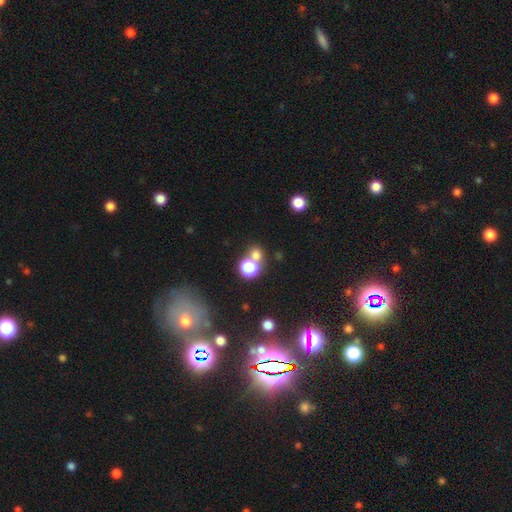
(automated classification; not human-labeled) A smooth galaxy with no disk features (70%) that is round (79%). Merging: none (51%).